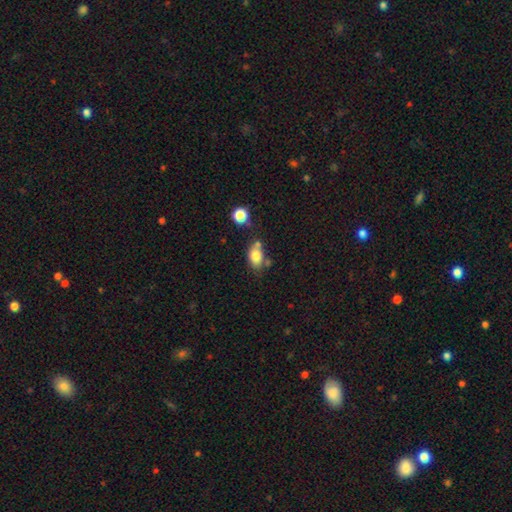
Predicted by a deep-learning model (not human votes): smooth_or_featured: smooth (p=0.79) [alt: featured or disk p=0.12]
how_rounded: in between (p=0.83) [alt: round p=0.15]
merging: none (p=0.55) [alt: merger p=0.20]